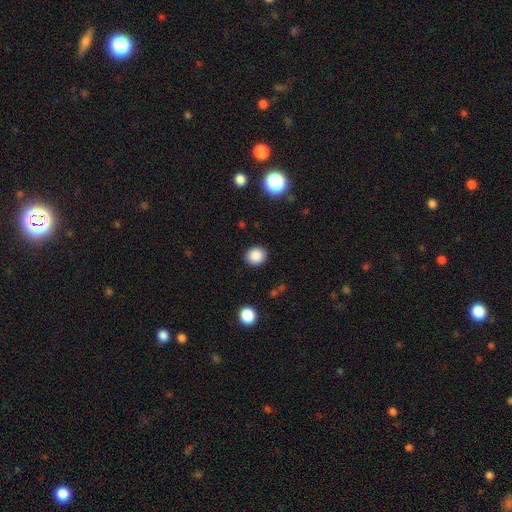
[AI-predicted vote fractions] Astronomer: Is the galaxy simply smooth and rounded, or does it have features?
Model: smooth — 86%.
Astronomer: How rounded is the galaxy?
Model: round — 75%.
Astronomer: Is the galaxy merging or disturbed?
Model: none — 89%.